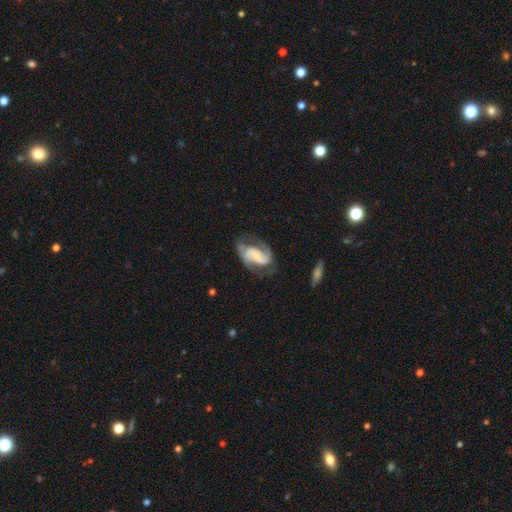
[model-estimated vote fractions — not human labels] A featured or disk galaxy (82%) with no bar (40%), 2 (86%) medium (51%) spiral arms (94%) and a small central bulge (55%).

Vote fractions:
- Smooth or featured? featured or disk: 82% / smooth: 13% / star or artifact: 5%
- Edge-on disk? no: 97% / yes: 3%
- Bar? no: 40% / weak: 38% / strong: 22%
- Spiral arms? yes: 94% / no: 6%
- Spiral winding? medium: 51% / tight: 28% / loose: 22%
- Spiral arm count? 2: 86% / can't tell: 6% / 1: 4% / 3: 2% / 4: 1% / more than 4: 1%
- Bulge size? small: 55% / moderate: 25% / none: 12% / large: 6% / dominant: 2%
- Merging? none: 59% / minor disturbance: 22% / major disturbance: 17% / merger: 2%